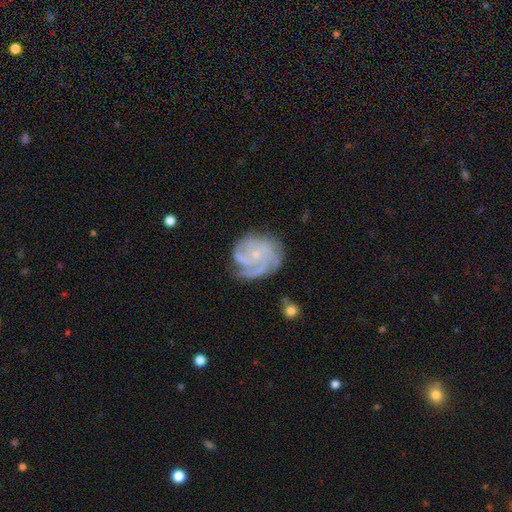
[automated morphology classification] Smooth or featured? Predicted: featured or disk (p=0.84). Edge-on disk? Predicted: no (p=0.98). Bar? Predicted: no (p=0.75). Spiral arms? Predicted: yes (p=0.96). Spiral winding? Predicted: tight (p=0.60). Spiral arm count? Predicted: 3 (p=0.37). Bulge size? Predicted: small (p=0.77). Merging? Predicted: none (p=0.65).